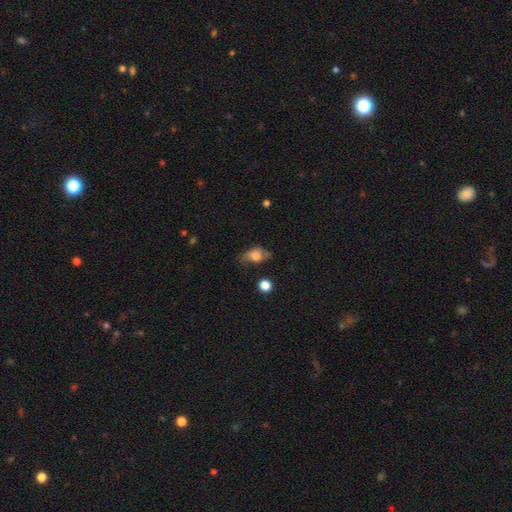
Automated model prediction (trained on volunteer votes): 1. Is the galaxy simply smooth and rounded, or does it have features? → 59% smooth, 31% featured or disk, 10% star or artifact.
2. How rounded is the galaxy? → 73% in between, 23% round, 4% cigar-shaped.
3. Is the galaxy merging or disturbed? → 45% none, 31% minor disturbance, 20% major disturbance, 3% merger.